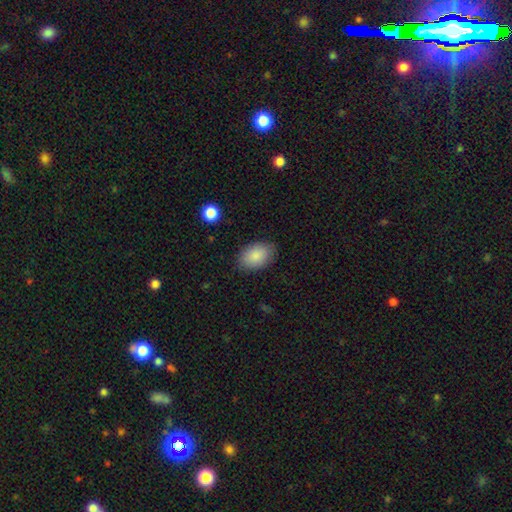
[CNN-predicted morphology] Smooth or featured: smooth — 87% (star or artifact — 7%)
How rounded: in between — 88% (round — 11%)
Merging: none — 82% (minor disturbance — 14%)